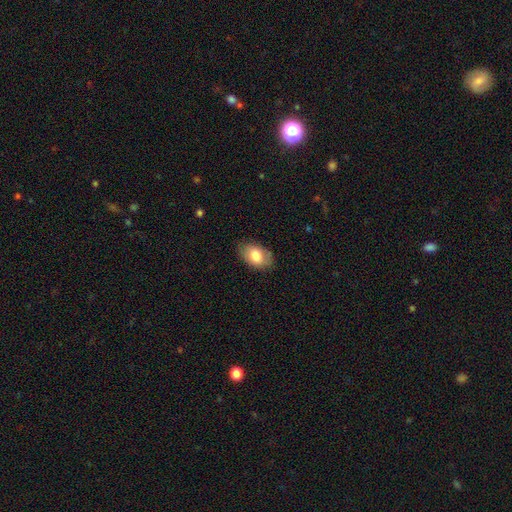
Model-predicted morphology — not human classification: smooth_or_featured: smooth (p=0.80) [alt: featured or disk p=0.13]
how_rounded: in between (p=0.89) [alt: round p=0.10]
merging: none (p=0.79) [alt: minor disturbance p=0.17]